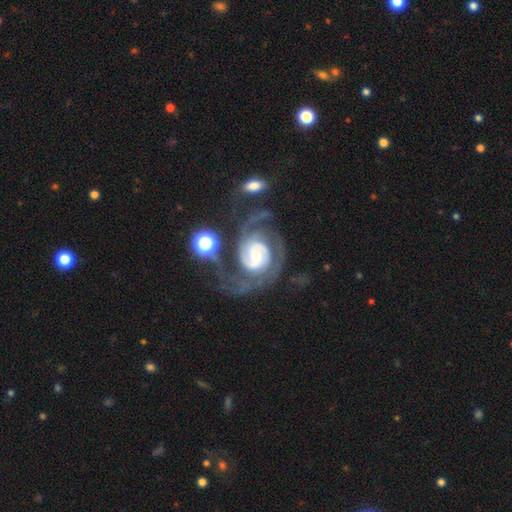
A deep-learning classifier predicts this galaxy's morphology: A featured or disk galaxy (89%) with no bar (57%), 2 (54%) tight (48%) spiral arms (96%) and a small central bulge (45%, tied with moderate).

Vote fractions:
- Smooth or featured? featured or disk: 89% / smooth: 6% / star or artifact: 5%
- Edge-on disk? no: 98% / yes: 2%
- Bar? no: 57% / weak: 32% / strong: 10%
- Spiral arms? yes: 96% / no: 4%
- Spiral winding? tight: 48% / medium: 39% / loose: 13%
- Spiral arm count? 2: 54% / 3: 16% / can't tell: 15% / 1: 6% / 4: 5% / more than 4: 4%
- Bulge size? small: 45% (tied) / moderate: 45% (tied) / large: 7% / none: 1% / dominant: 1%
- Merging? none: 51% / major disturbance: 27% / minor disturbance: 17% / merger: 6%